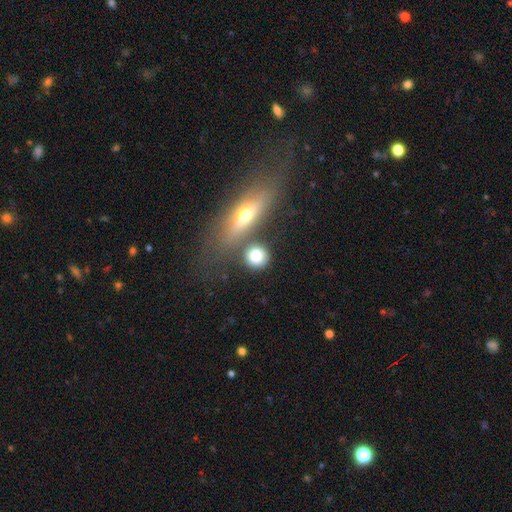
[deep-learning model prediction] smooth_or_featured: smooth (p=0.76) [alt: featured or disk p=0.15]
how_rounded: round (p=0.76) [alt: in between p=0.20]
merging: none (p=0.64) [alt: merger p=0.19]